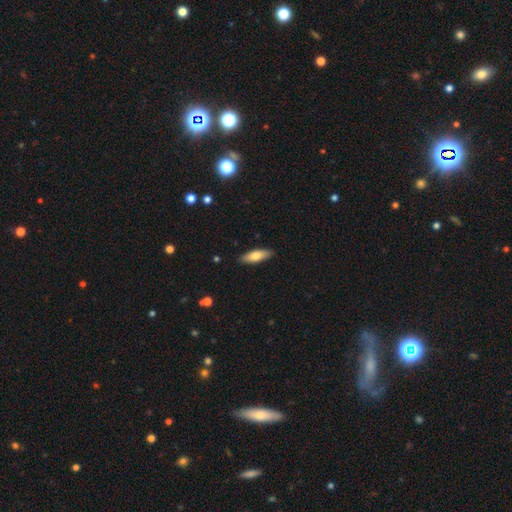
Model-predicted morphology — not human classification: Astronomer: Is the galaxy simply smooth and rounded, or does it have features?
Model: smooth — 74%.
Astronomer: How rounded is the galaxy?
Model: in between — 57% (runner-up: cigar-shaped, 41%).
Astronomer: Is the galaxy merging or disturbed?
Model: none — 88%.